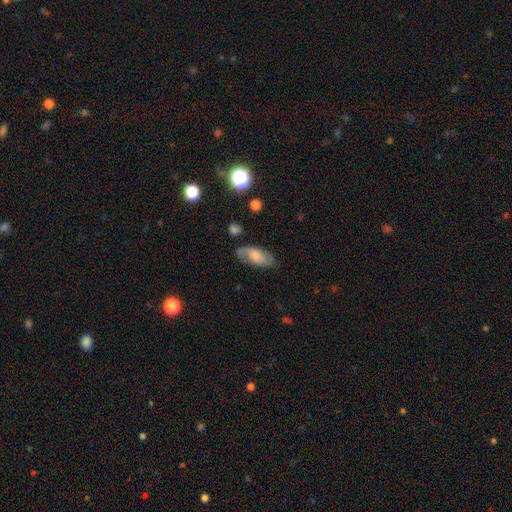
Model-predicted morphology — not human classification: smooth_or_featured: smooth (p=0.62) [alt: featured or disk p=0.31]
how_rounded: in between (p=0.86) [alt: cigar-shaped p=0.11]
merging: none (p=0.71) [alt: minor disturbance p=0.21]